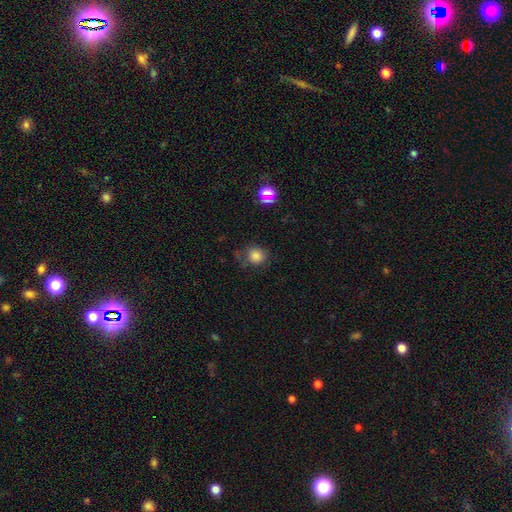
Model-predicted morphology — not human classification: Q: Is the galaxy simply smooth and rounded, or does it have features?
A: smooth — 79%.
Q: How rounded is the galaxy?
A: round — 82%.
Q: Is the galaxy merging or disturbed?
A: none — 65%.